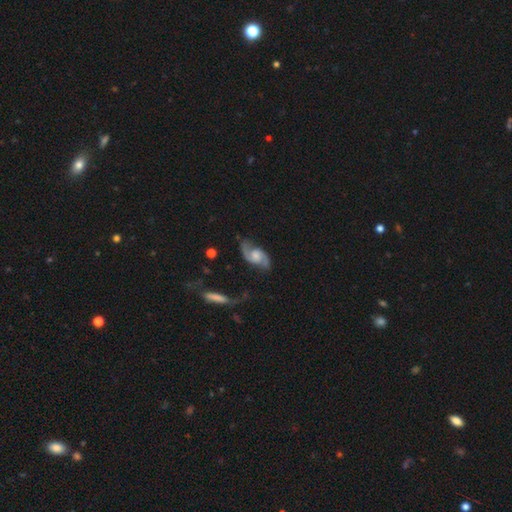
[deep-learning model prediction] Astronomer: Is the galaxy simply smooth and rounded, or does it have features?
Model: featured or disk — 85%.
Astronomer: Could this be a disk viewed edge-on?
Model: no — 96%.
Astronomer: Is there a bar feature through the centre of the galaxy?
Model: no — 56% (runner-up: weak, 37%).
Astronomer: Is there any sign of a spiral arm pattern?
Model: yes — 96%.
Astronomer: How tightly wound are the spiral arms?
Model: medium — 46% (runner-up: loose, 39%).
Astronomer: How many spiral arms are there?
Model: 2 — 92%.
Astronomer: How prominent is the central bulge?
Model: moderate — 43% (runner-up: small, 24%).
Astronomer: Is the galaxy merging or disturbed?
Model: none — 74%.